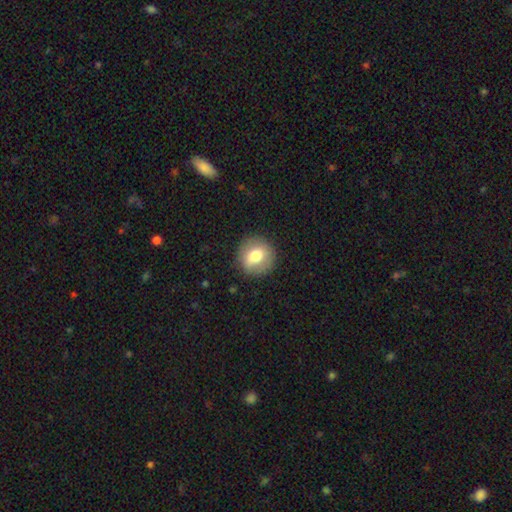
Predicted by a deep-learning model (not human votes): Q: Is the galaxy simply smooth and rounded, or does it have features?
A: smooth — 66%.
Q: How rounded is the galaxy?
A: round — 88%.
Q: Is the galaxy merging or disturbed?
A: none — 86%.